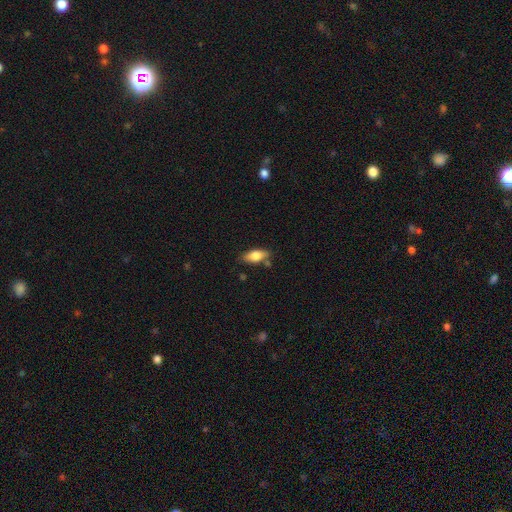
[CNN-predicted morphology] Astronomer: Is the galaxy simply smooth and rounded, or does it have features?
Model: smooth — 73%.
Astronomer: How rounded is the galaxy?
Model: in between — 81%.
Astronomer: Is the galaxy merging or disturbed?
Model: none — 75%.